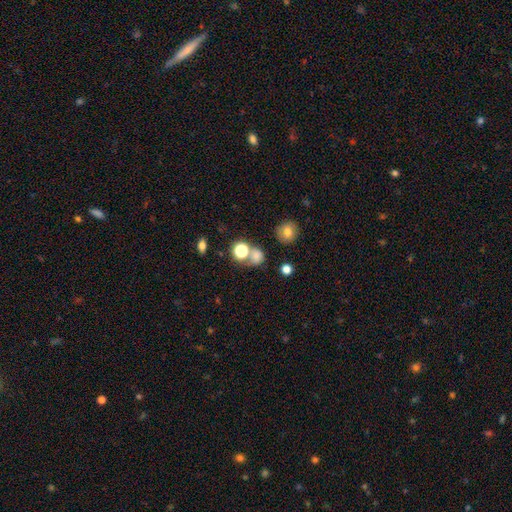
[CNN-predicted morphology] smooth_or_featured: smooth (p=0.72) [alt: star or artifact p=0.20]
how_rounded: round (p=0.74) [alt: in between p=0.25]
merging: none (p=0.54) [alt: merger p=0.29]